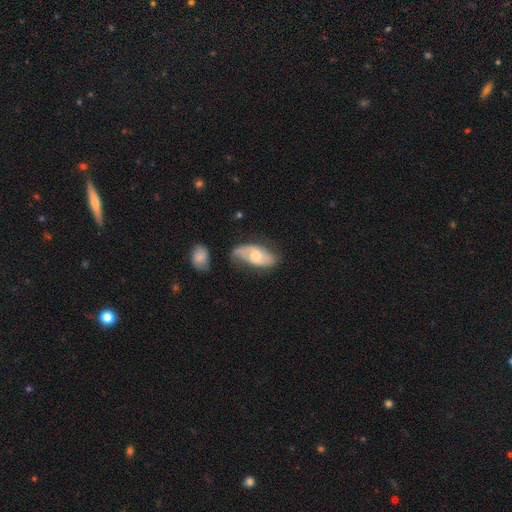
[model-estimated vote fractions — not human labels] smooth-or-featured: featured or disk: 54% | smooth: 40% | star or artifact: 6%
  disk-edge-on: no: 92% | yes: 8%
  merging: none: 50% | minor disturbance: 30% | major disturbance: 13% | merger: 7%